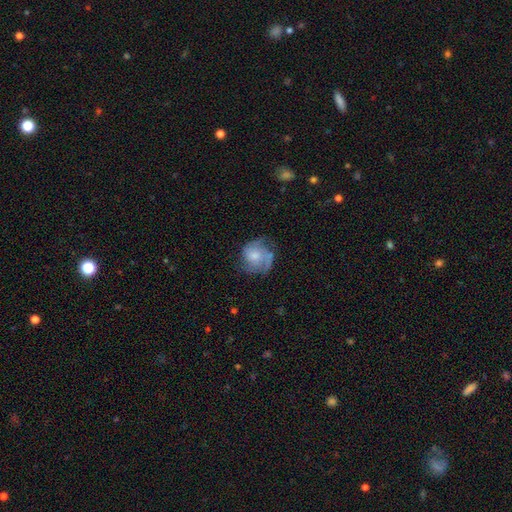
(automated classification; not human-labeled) Smooth or featured? featured or disk (50%)
Edge-on disk? no (97%)
Merging? none (53%)